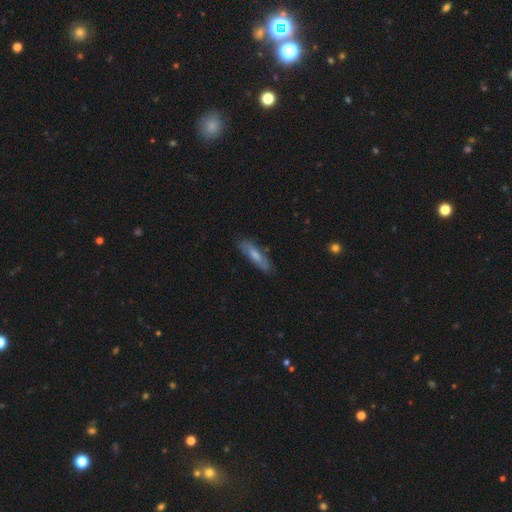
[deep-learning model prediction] A smooth galaxy with no disk features (55%) that is cigar-shaped (72%). Merging: none (79%).